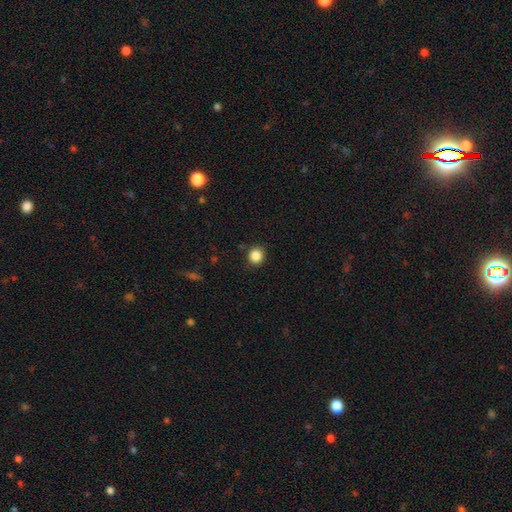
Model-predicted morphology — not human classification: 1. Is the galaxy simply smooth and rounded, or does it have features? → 86% smooth, 11% star or artifact, 3% featured or disk.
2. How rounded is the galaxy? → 85% round, 14% in between, 1% cigar-shaped.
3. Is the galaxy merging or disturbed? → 89% none, 8% minor disturbance, 2% major disturbance, 1% merger.